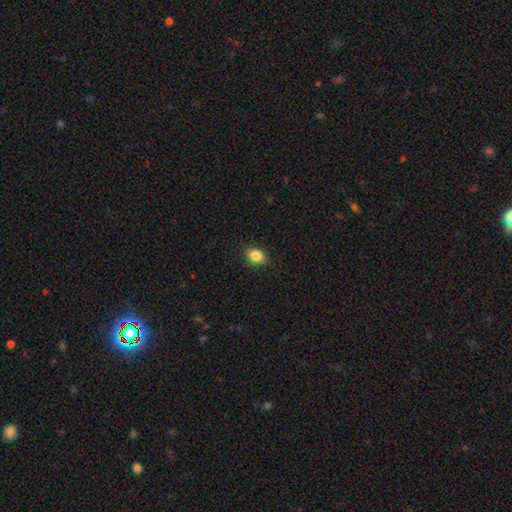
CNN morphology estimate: smooth-or-featured: smooth: 85% | star or artifact: 10% | featured or disk: 5%
  how-rounded: in between: 56% | round: 43% | cigar-shaped: 1%
  merging: none: 89% | minor disturbance: 8% | major disturbance: 2% | merger: 1%